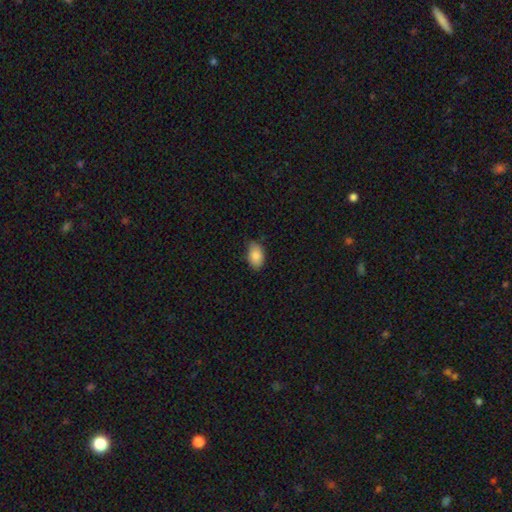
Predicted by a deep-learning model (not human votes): smooth 85%, featured or disk 8%, star or artifact 7%. Down the decision tree: how rounded — in between (89%); merging — none (75%).